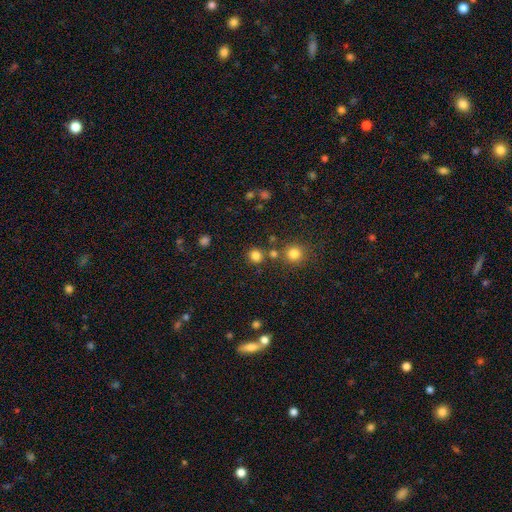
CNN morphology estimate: type=smooth (80%); roundness=round (82%); merging=none (77%).